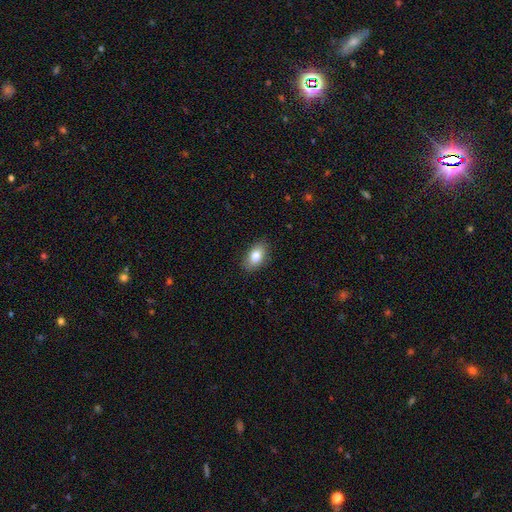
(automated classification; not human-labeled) smooth 83%, featured or disk 10%, star or artifact 7%. Down the decision tree: how rounded — in between (91%); merging — none (85%).